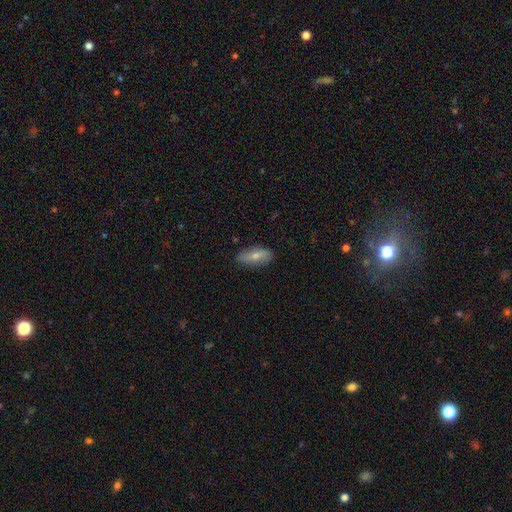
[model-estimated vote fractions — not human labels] This appears to be a smooth galaxy with no disk features (67%) that is in between round and cigar-shaped (85%). Merging: none (83%).